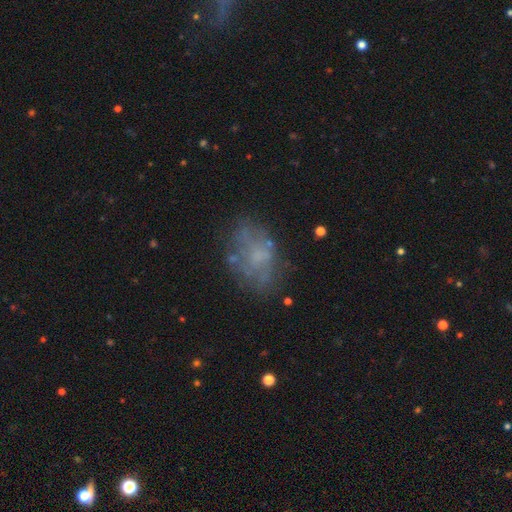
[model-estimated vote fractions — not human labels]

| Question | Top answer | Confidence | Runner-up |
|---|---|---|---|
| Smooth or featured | smooth | 42% | tied: featured or disk (42%) |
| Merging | none | 63% | minor disturbance (19%) |